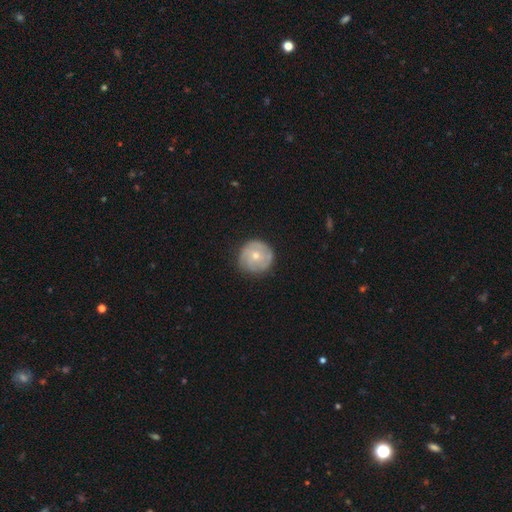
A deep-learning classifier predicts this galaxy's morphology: This is possibly a featured or disk galaxy (55%). It is clearly not viewed edge-on (97%). Bar: clearly no (81%). Spiral arm pattern: likely yes (70%). Central bulge: possibly moderate (50%). Merging: likely none (80%).